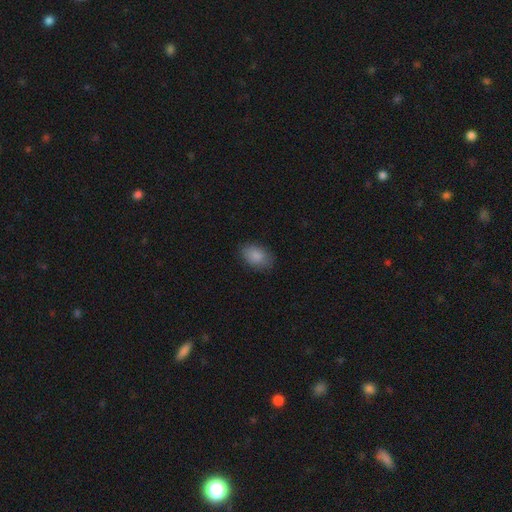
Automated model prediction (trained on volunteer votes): Morphology: type=smooth (87%); roundness=in between (86%); merging=none (83%).